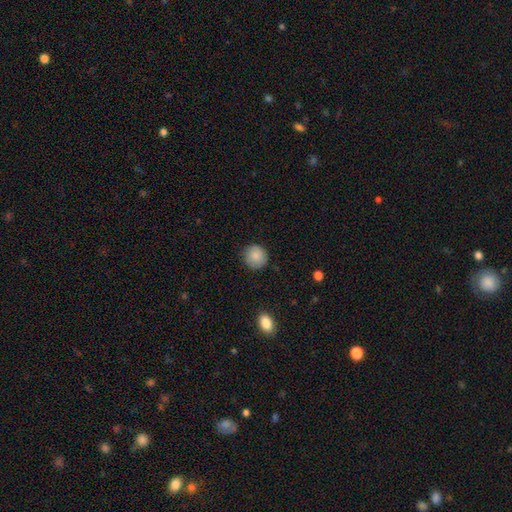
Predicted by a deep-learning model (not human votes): A smooth galaxy with no disk features (87%) that is round (93%).

Vote fractions:
- Smooth or featured? smooth: 87% / star or artifact: 7% / featured or disk: 6%
- How rounded? round: 93% / in between: 6% / cigar-shaped: 1%
- Merging? none: 88% / minor disturbance: 9% / major disturbance: 2% / merger: 1%